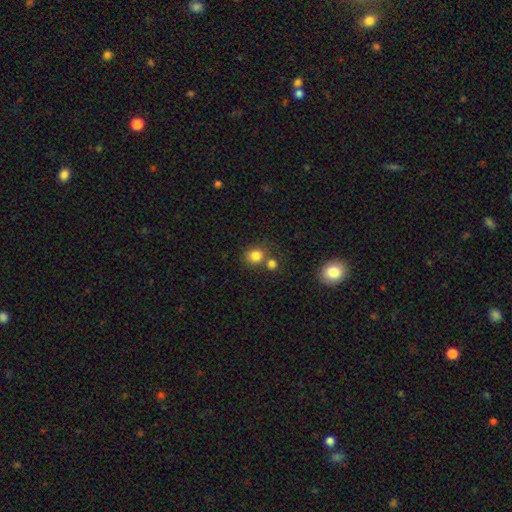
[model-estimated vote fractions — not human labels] Smooth or featured? smooth (82%)
How rounded? round (77%)
Merging? none (61%)